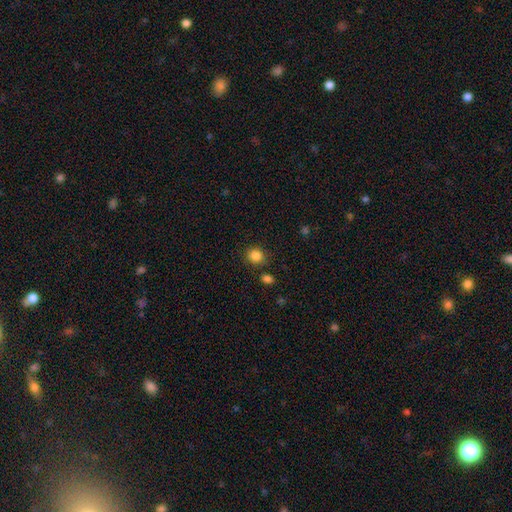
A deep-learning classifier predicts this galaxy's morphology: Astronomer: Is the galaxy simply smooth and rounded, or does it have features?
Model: smooth — 85%.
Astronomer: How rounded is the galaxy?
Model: round — 78%.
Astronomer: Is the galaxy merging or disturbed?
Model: none — 82%.